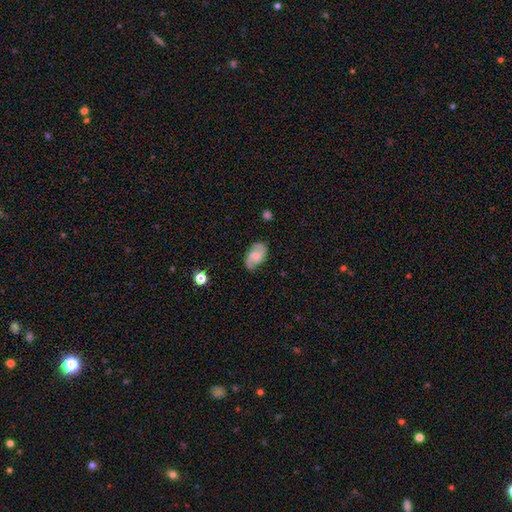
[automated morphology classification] type=featured or disk (72%); edge-on=no (97%); bar=no (49%); spiral arms=yes (95%); winding=medium (50%); arm count=2 (89%); bulge=small (32%, tied with moderate); merging=none (76%).